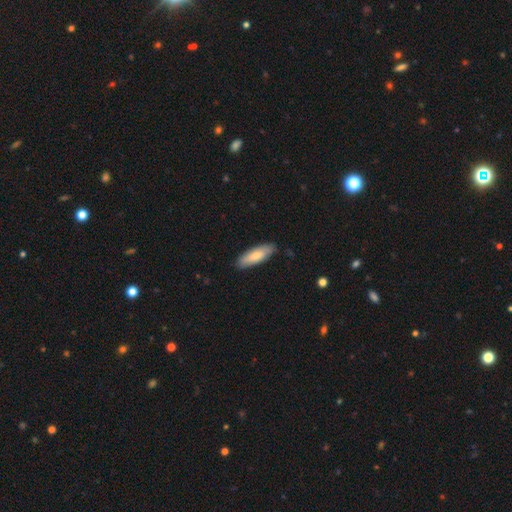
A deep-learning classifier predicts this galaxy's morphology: Overall: smooth (74%). How rounded: in between (54%; cigar-shaped 44%). Merging: none (84%).